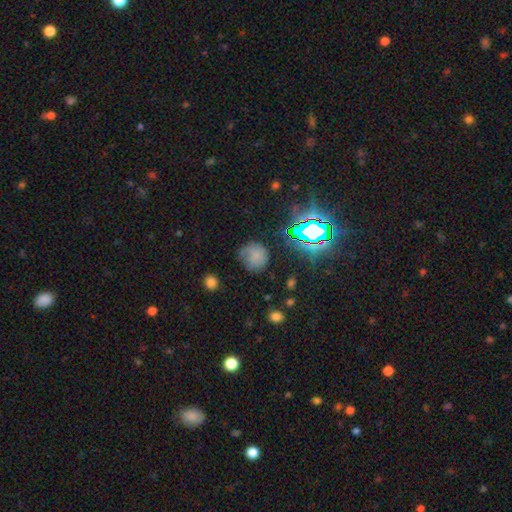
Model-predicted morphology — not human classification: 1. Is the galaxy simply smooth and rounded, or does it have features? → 68% smooth, 20% star or artifact, 12% featured or disk.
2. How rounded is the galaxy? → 85% round, 14% in between, 1% cigar-shaped.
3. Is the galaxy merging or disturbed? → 61% none, 25% minor disturbance, 11% major disturbance, 3% merger.